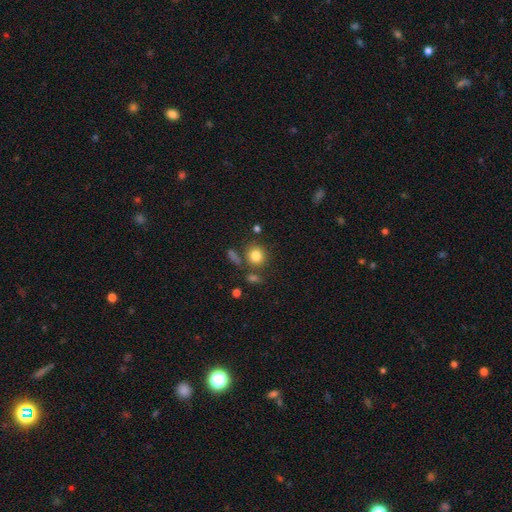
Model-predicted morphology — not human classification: Smooth or featured?
  - smooth: 81% *
  - star or artifact: 11%
  - featured or disk: 8%
How rounded?
  - round: 84% *
  - in between: 15%
  - cigar-shaped: 1%
Merging?
  - none: 72% *
  - merger: 12%
  - minor disturbance: 11%
  - major disturbance: 4%